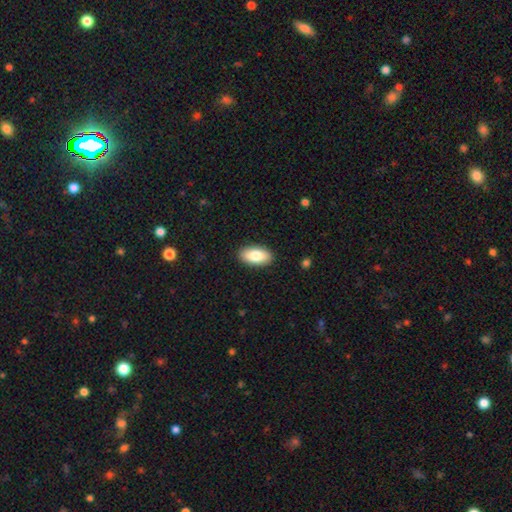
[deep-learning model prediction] Smooth or featured? Predicted: smooth (p=0.82). How rounded? Predicted: in between (p=0.93). Merging? Predicted: none (p=0.90).